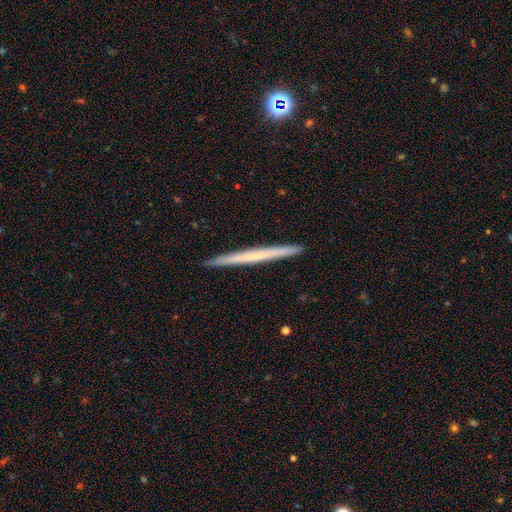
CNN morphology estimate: featured or disk 47% (tied), smooth 47% (tied), star or artifact 6%. Down the decision tree: merging — none (93%).